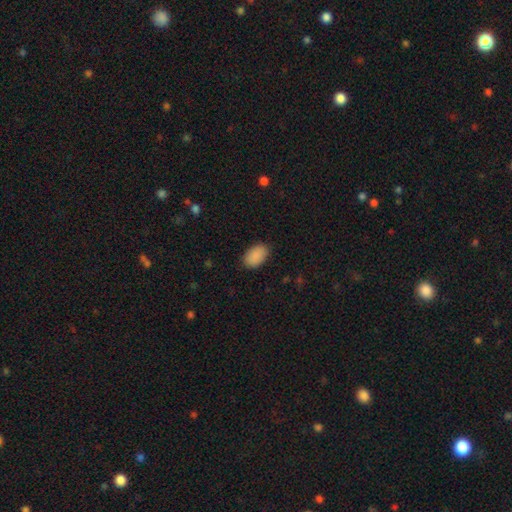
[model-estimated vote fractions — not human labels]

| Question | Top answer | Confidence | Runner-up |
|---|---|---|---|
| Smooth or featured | smooth | 90% | star or artifact (7%) |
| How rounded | in between | 93% | round (6%) |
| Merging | none | 86% | minor disturbance (10%) |